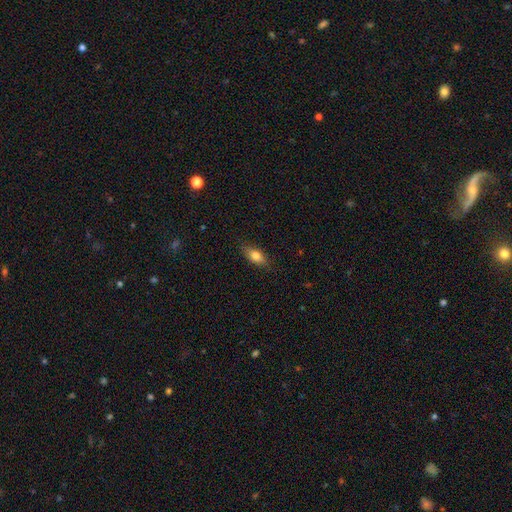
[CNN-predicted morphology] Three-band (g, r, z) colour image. It shows a smooth galaxy with no disk features (77%) that is in between round and cigar-shaped (81%). Merging: none (84%).